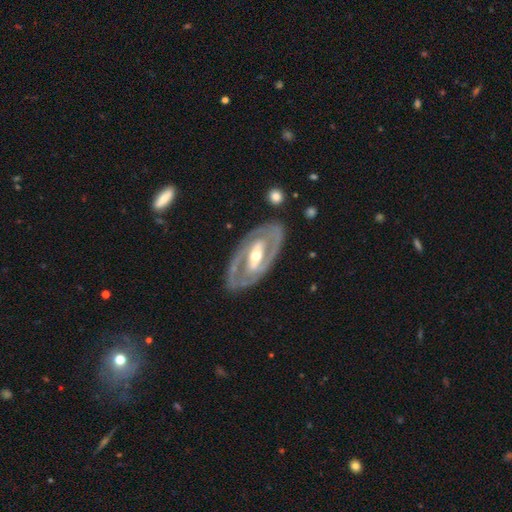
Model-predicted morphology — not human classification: The model was most divided on "spiral winding": tight: 53%, medium: 36%, loose: 11%. Remaining: edge-on disk — no (93%); smooth or featured — featured or disk (85%); merging — none (82%); spiral arm count — 2 (80%); spiral arms — yes (73%); bulge size — moderate (67%); bar — strong (49%).